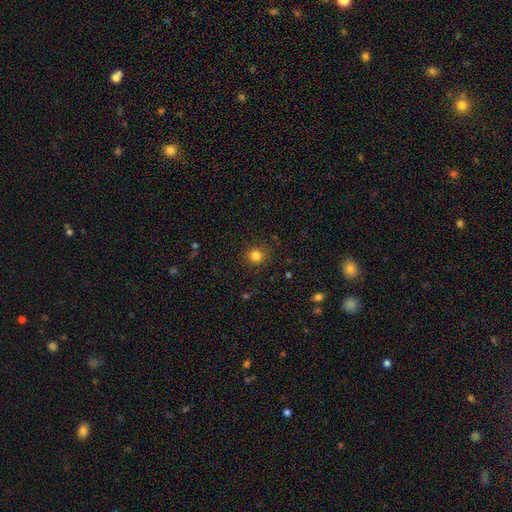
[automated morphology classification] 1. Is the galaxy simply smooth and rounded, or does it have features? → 82% smooth, 13% star or artifact, 5% featured or disk.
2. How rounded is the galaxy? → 91% round, 8% in between, 1% cigar-shaped.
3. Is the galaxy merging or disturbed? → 89% none, 7% minor disturbance, 3% major disturbance, 1% merger.